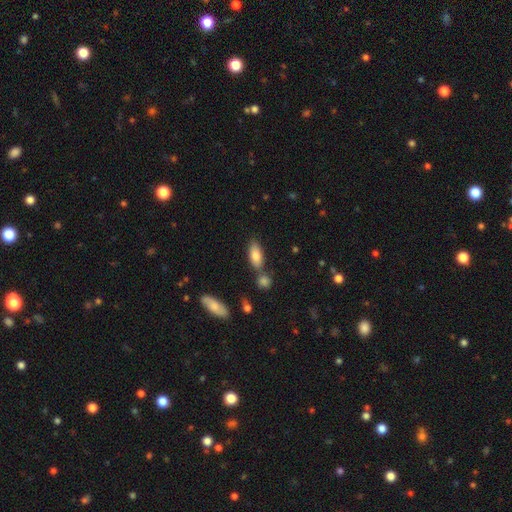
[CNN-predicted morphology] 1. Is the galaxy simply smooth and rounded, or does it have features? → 81% smooth, 12% featured or disk, 7% star or artifact.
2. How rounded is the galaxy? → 82% in between, 15% cigar-shaped, 3% round.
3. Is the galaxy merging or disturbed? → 65% none, 18% merger, 14% minor disturbance, 4% major disturbance.